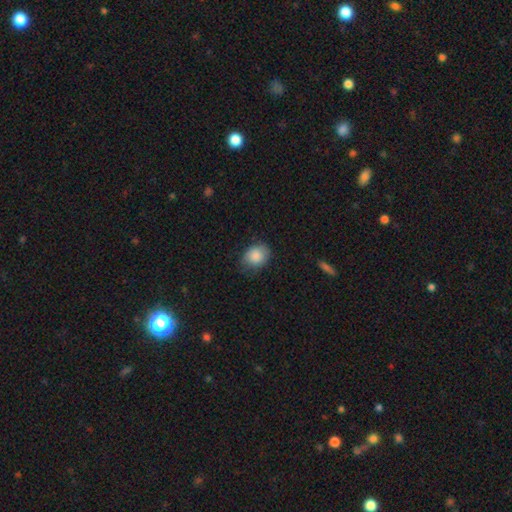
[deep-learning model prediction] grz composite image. It shows a smooth galaxy with no disk features (86%) that is in between round and cigar-shaped (51%). Merging: none (67%).